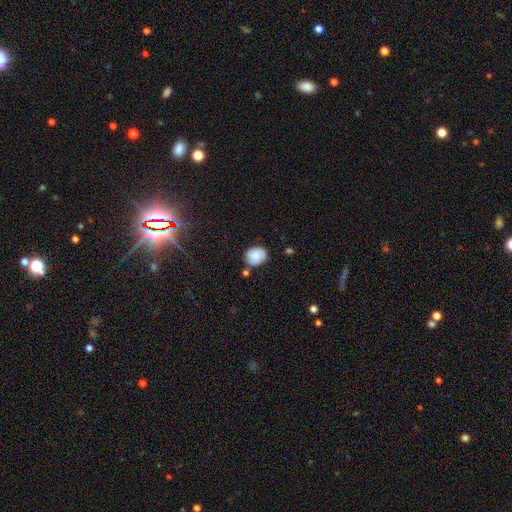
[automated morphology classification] This is likely a smooth galaxy (73%). How rounded: possibly round (55%). Merging: likely none (67%).